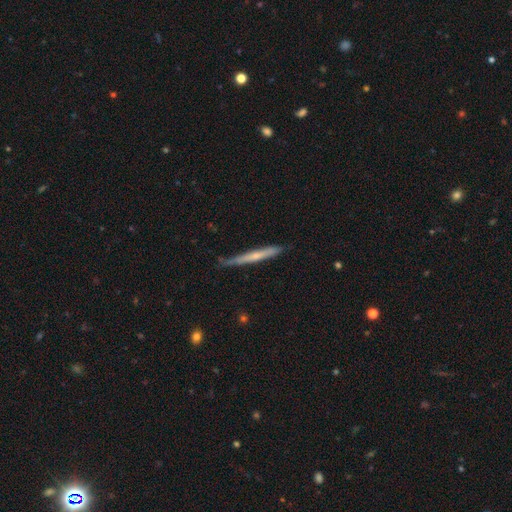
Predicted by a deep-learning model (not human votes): Smooth or featured?
  - featured or disk: 51% *
  - smooth: 43%
  - star or artifact: 6%
Edge-on disk?
  - yes: 95% *
  - no: 5%
Merging?
  - none: 79% *
  - minor disturbance: 17%
  - major disturbance: 2%
  - merger: 2%